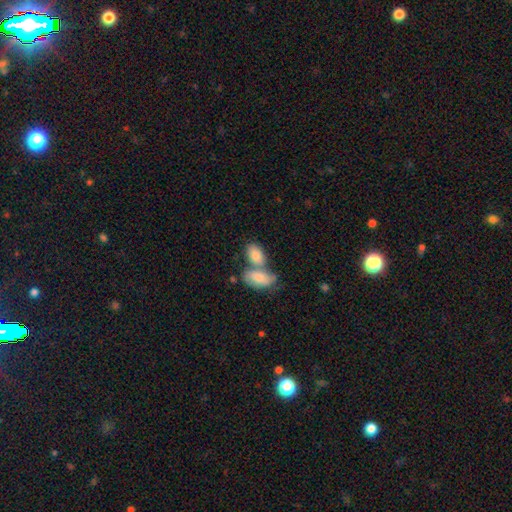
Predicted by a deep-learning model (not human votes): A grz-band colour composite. It shows a smooth galaxy with no disk features (81%) that is in between round and cigar-shaped (91%). Merging: merger (57%).